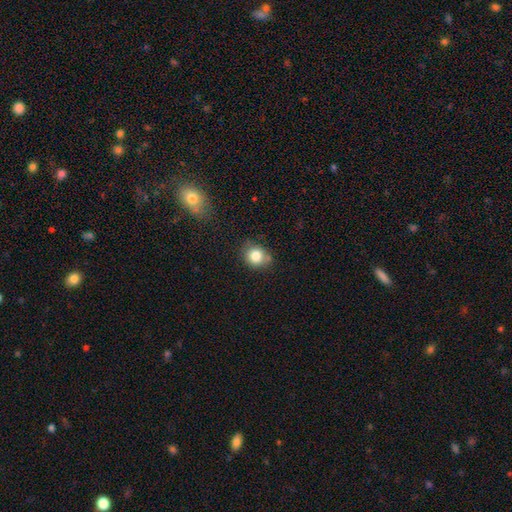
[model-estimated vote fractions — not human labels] Smooth or featured?
  - smooth: 82% *
  - star or artifact: 11%
  - featured or disk: 8%
How rounded?
  - round: 78% *
  - in between: 21%
  - cigar-shaped: 1%
Merging?
  - none: 72% *
  - minor disturbance: 18%
  - merger: 7%
  - major disturbance: 4%